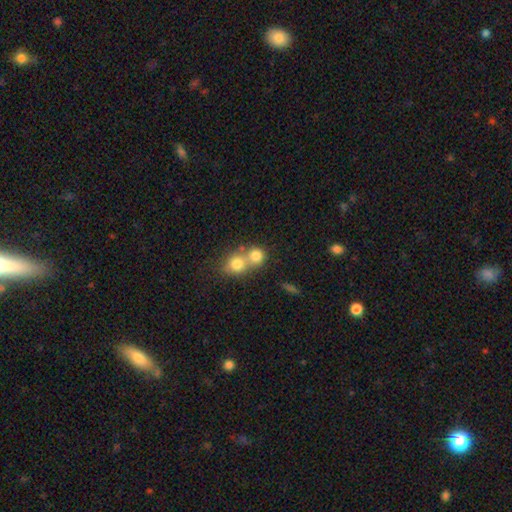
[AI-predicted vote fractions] Overall: smooth (78%). How rounded: round (82%). Merging: merger (59%; none 33%).